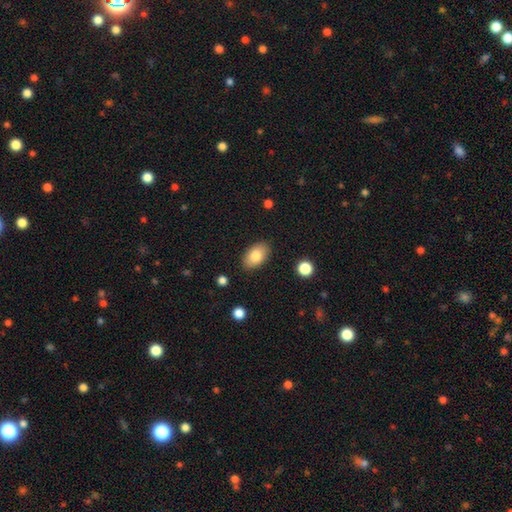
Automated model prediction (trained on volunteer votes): A smooth galaxy with no disk features (81%) that is in between round and cigar-shaped (92%).

Vote fractions:
- Smooth or featured? smooth: 81% / featured or disk: 12% / star or artifact: 7%
- How rounded? in between: 92% / round: 7% / cigar-shaped: 1%
- Merging? none: 87% / minor disturbance: 10% / major disturbance: 2% / merger: 1%